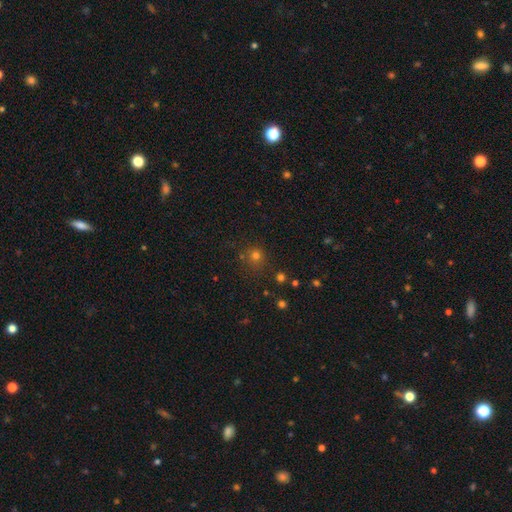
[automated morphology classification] smooth 68%, star or artifact 25%, featured or disk 7%. Down the decision tree: how rounded — round (90%); merging — none (77%).